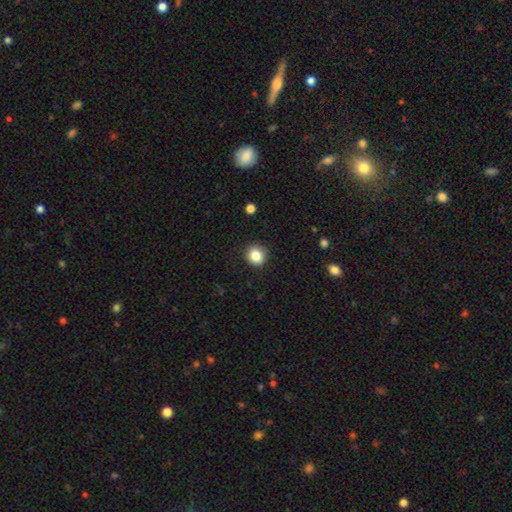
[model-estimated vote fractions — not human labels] smooth-or-featured: smooth: 85% | star or artifact: 10% | featured or disk: 5%
  how-rounded: round: 88% | in between: 11% | cigar-shaped: 1%
  merging: none: 90% | minor disturbance: 7% | major disturbance: 2% | merger: 1%